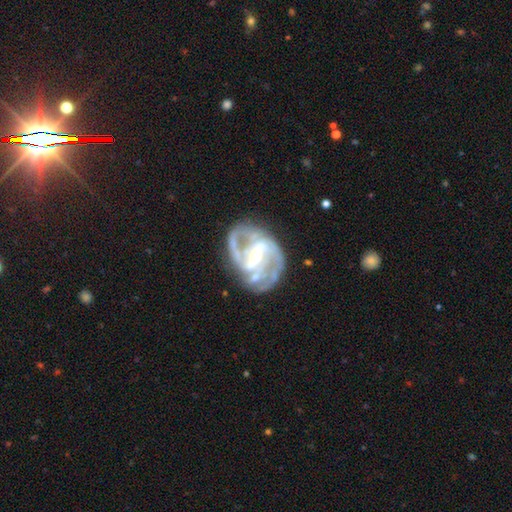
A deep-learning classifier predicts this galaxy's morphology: type=featured or disk (91%); edge-on=no (98%); bar=strong (56%); spiral arms=yes (96%); winding=medium (54%); arm count=2 (66%); bulge=small (56%); merging=none (67%).